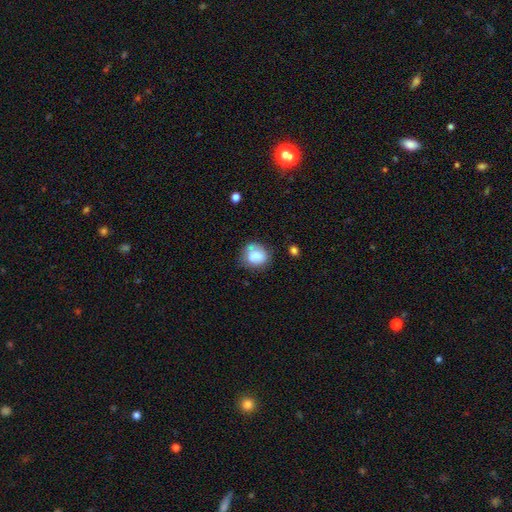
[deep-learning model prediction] Smooth or featured? Predicted: smooth (p=0.73). How rounded? Predicted: round (p=0.68). Merging? Predicted: none (p=0.52).